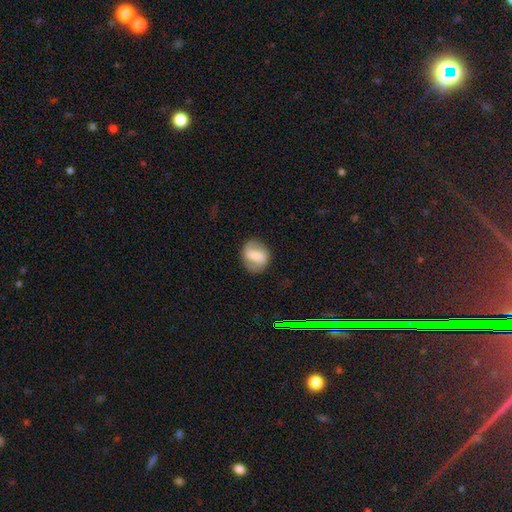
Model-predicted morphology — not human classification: Smooth or featured? Predicted: featured or disk (p=0.46, tied with smooth). Merging? Predicted: none (p=0.76).